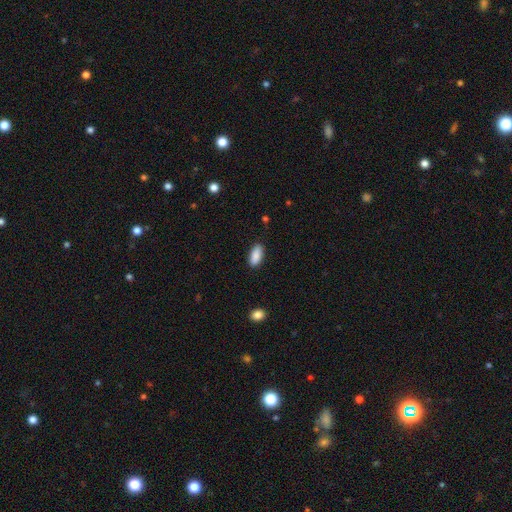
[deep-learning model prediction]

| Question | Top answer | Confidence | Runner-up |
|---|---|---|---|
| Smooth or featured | smooth | 90% | star or artifact (7%) |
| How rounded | in between | 88% | cigar-shaped (10%) |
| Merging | none | 87% | minor disturbance (9%) |